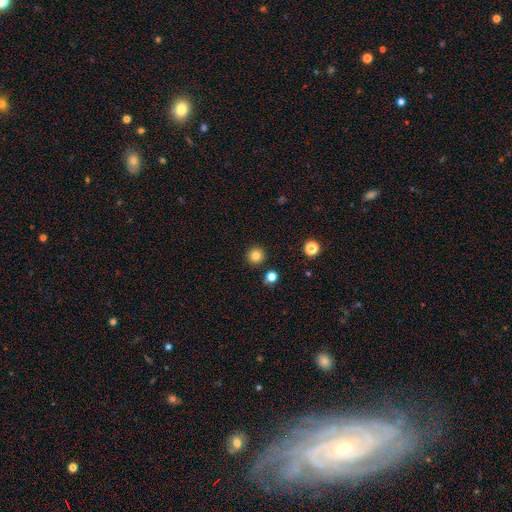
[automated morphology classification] Smooth or featured: smooth — 81% (star or artifact — 13%)
How rounded: round — 96% (in between — 3%)
Merging: none — 91% (minor disturbance — 5%)